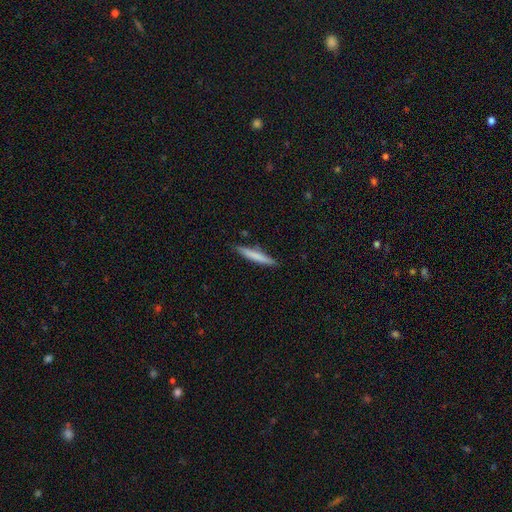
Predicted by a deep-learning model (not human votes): Smooth or featured? smooth (73%)
How rounded? cigar-shaped (94%)
Merging? none (87%)